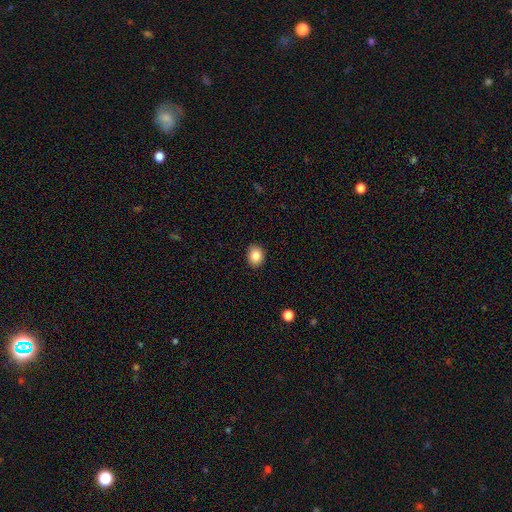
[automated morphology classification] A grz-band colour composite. It shows a smooth galaxy with no disk features (84%) that is round (60%). Merging: none (90%).